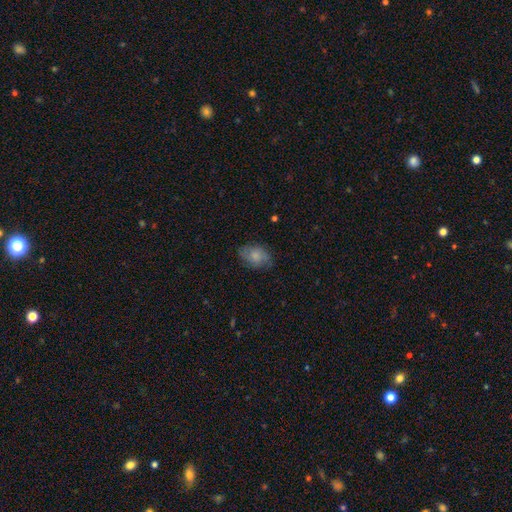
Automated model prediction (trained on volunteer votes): Smooth or featured? smooth (70%)
How rounded? in between (84%)
Merging? none (72%)